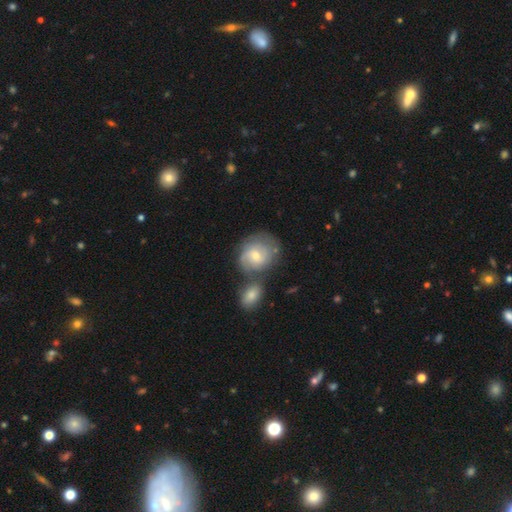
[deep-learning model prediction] smooth_or_featured: featured or disk (p=0.56) [alt: smooth p=0.37]
disk_edge_on: no (p=0.97) [alt: yes p=0.03]
bar: no (p=0.52) [alt: weak p=0.41]
has_spiral_arms: yes (p=0.83) [alt: no p=0.17]
bulge_size: moderate (p=0.48) [alt: small p=0.47]
merging: none (p=0.43) [alt: merger p=0.35]